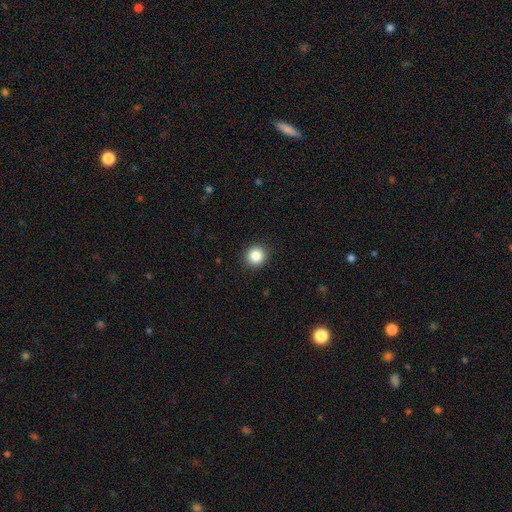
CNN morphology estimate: This appears to be a smooth galaxy with no disk features (86%) that is round (92%). Merging: none (92%).